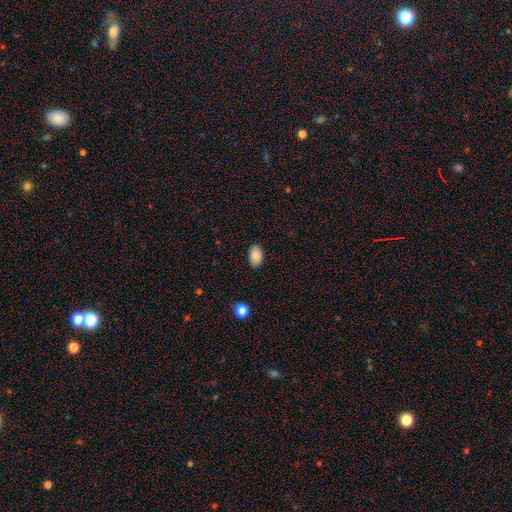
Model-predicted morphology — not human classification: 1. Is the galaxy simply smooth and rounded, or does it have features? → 86% smooth, 8% star or artifact, 6% featured or disk.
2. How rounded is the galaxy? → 91% in between, 7% round, 1% cigar-shaped.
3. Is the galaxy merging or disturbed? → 87% none, 10% minor disturbance, 2% major disturbance, 1% merger.